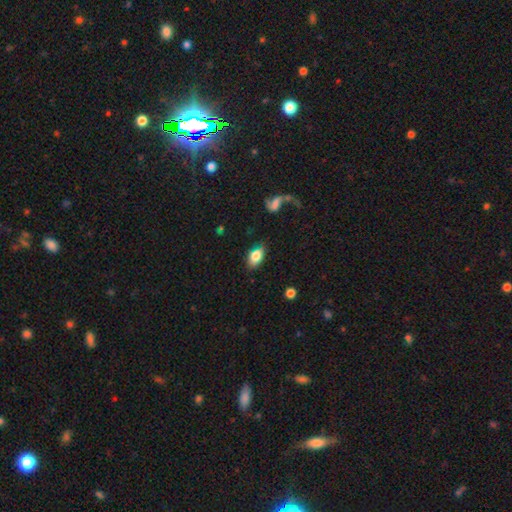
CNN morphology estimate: Smooth or featured? smooth (80%)
How rounded? in between (89%)
Merging? none (72%)